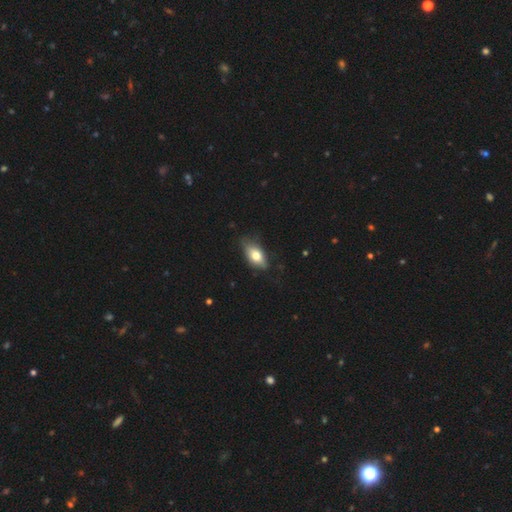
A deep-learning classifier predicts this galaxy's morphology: type=smooth (71%); roundness=in between (88%); merging=none (65%).